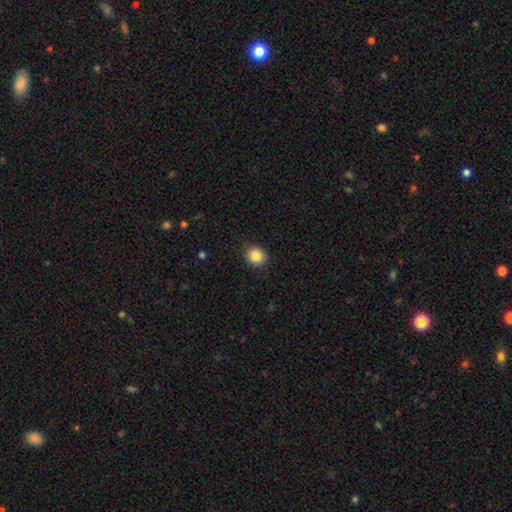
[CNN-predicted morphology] smooth 85%, star or artifact 10%, featured or disk 5%. Down the decision tree: how rounded — round (74%); merging — none (89%).